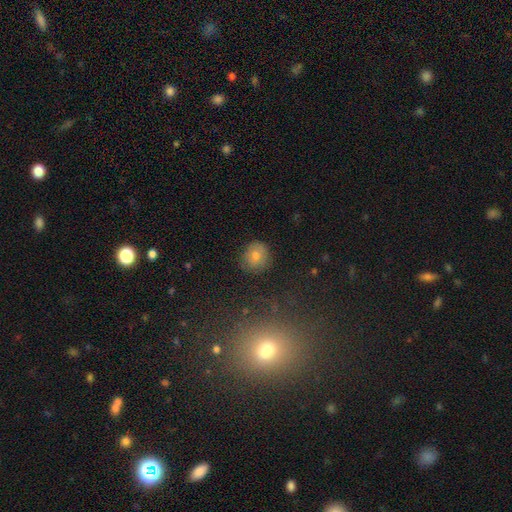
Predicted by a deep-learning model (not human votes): A smooth galaxy with no disk features (68%) that is round (89%).

Vote fractions:
- Smooth or featured? smooth: 68% / star or artifact: 16% / featured or disk: 16%
- How rounded? round: 89% / in between: 10% / cigar-shaped: 1%
- Merging? none: 87% / minor disturbance: 9% / major disturbance: 3% / merger: 1%